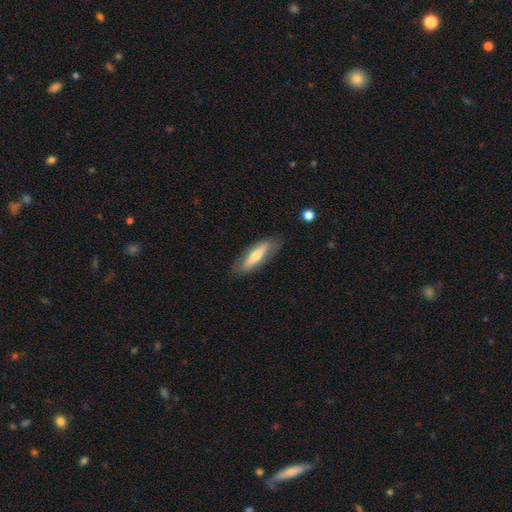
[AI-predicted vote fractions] This is possibly a featured or disk galaxy (48%). Merging: likely none (79%).